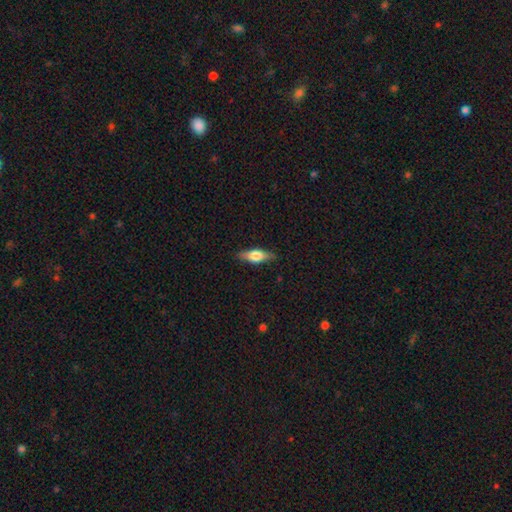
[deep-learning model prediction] Smooth or featured: smooth — 51% (featured or disk — 42%)
How rounded: in between — 62% (cigar-shaped — 34%)
Merging: none — 85% (minor disturbance — 11%)